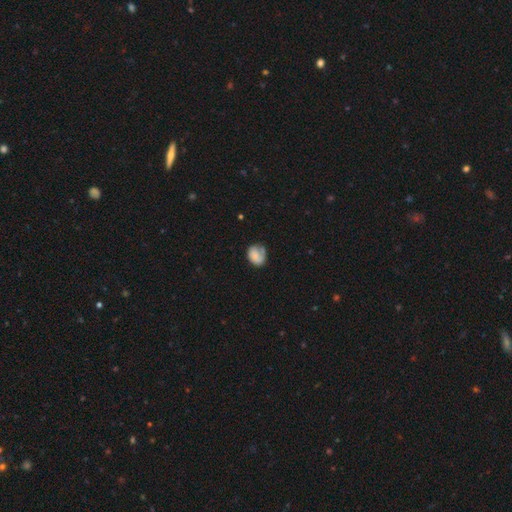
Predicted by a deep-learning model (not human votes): smooth-or-featured: smooth: 61% | featured or disk: 31% | star or artifact: 8%
  how-rounded: round: 50% | in between: 49% | cigar-shaped: 1%
  merging: none: 52% | minor disturbance: 28% | major disturbance: 16% | merger: 4%